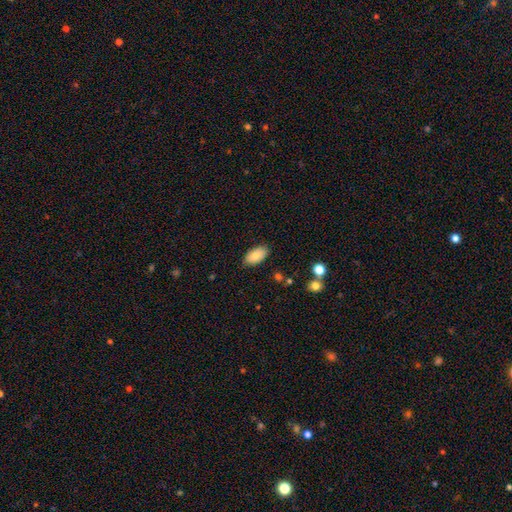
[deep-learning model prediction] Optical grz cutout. It shows a smooth galaxy with no disk features (82%) that is in between round and cigar-shaped (94%). Merging: none (85%).